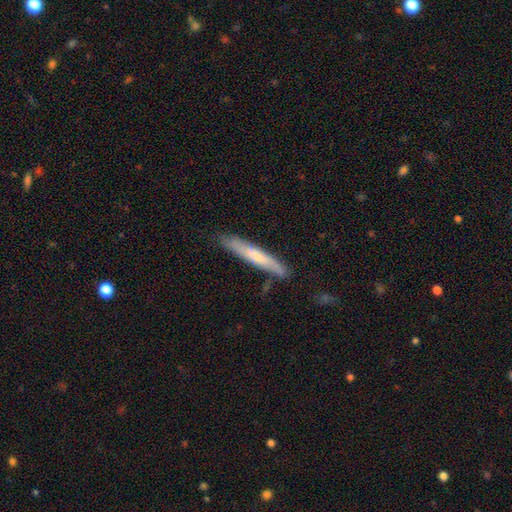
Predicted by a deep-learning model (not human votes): Overall: smooth (57%; featured or disk 37%). How rounded: cigar-shaped (93%). Merging: none (76%).